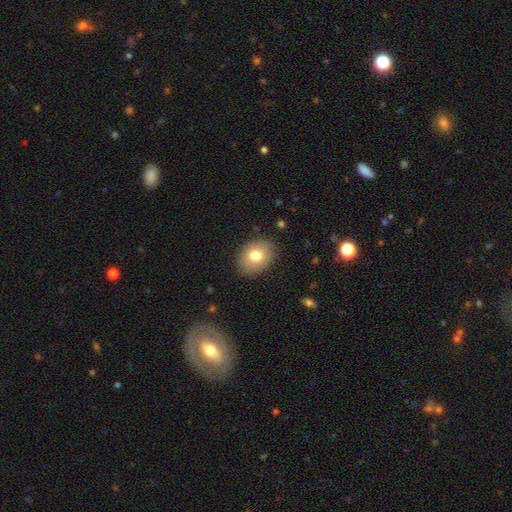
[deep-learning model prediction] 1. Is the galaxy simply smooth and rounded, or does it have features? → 78% smooth, 13% featured or disk, 9% star or artifact.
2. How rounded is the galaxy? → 62% in between, 37% round, 1% cigar-shaped.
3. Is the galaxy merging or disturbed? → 86% none, 10% minor disturbance, 3% major disturbance, 1% merger.